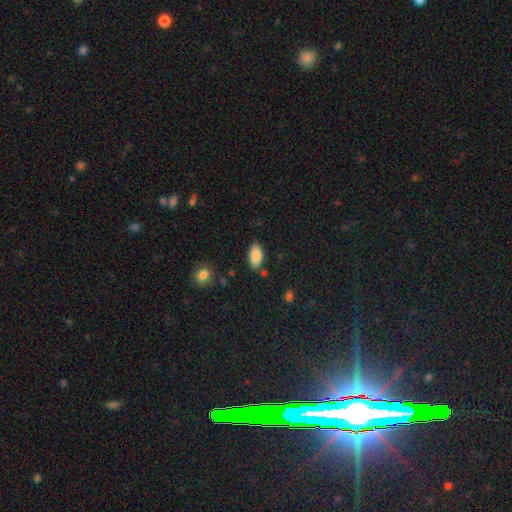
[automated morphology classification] smooth-or-featured: smooth: 88% | star or artifact: 7% | featured or disk: 5%
  how-rounded: in between: 93% | cigar-shaped: 4% | round: 2%
  merging: none: 82% | minor disturbance: 12% | merger: 3% | major disturbance: 3%